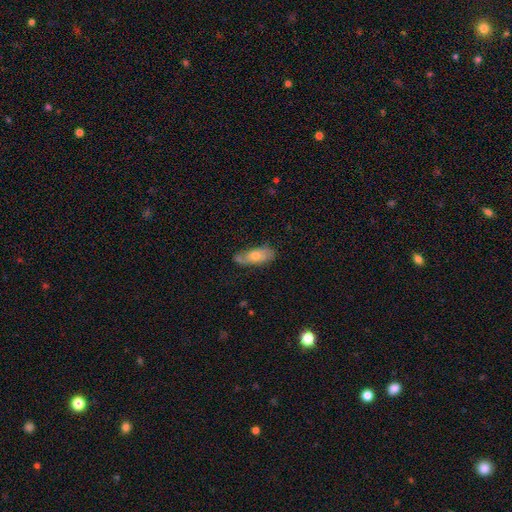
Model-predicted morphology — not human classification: A smooth galaxy with no disk features (54%) that is in between round and cigar-shaped (70%).

Vote fractions:
- Smooth or featured? smooth: 54% / featured or disk: 38% / star or artifact: 8%
- How rounded? in between: 70% / cigar-shaped: 27% / round: 3%
- Merging? none: 62% / minor disturbance: 27% / major disturbance: 7% / merger: 4%